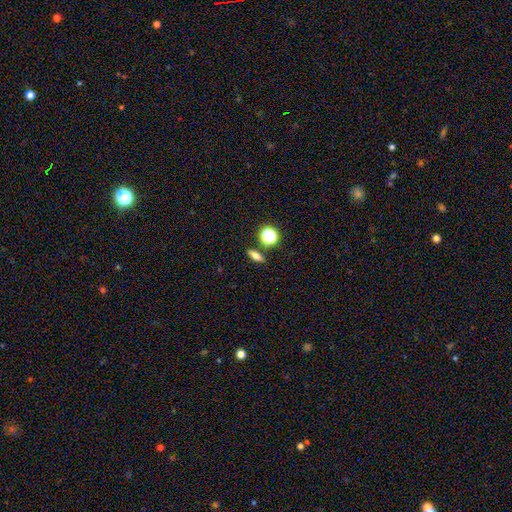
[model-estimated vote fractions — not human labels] Overall: smooth (60%; featured or disk 25%). How rounded: in between (50%; cigar-shaped 31%). Merging: none (84%).